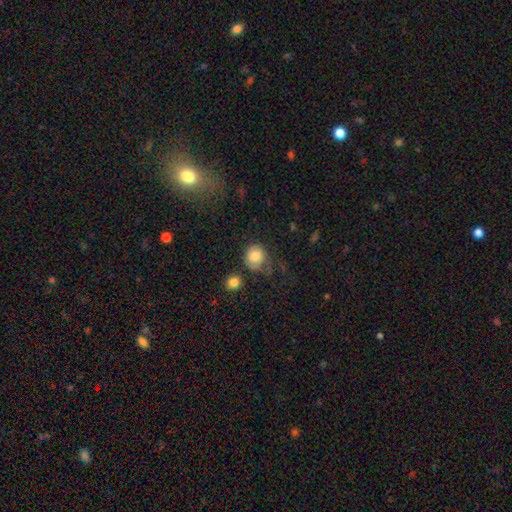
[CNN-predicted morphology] Q: Smooth or featured?
A: smooth (79%); runner-up: featured or disk (12%)
Q: How rounded?
A: round (72%); runner-up: in between (27%)
Q: Merging?
A: none (47%); runner-up: minor disturbance (26%)